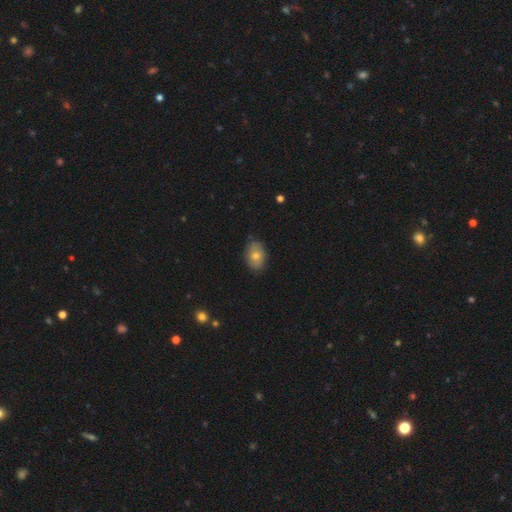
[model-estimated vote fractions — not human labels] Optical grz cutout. It shows a smooth galaxy with no disk features (70%) that is in between round and cigar-shaped (80%). Merging: none (83%).